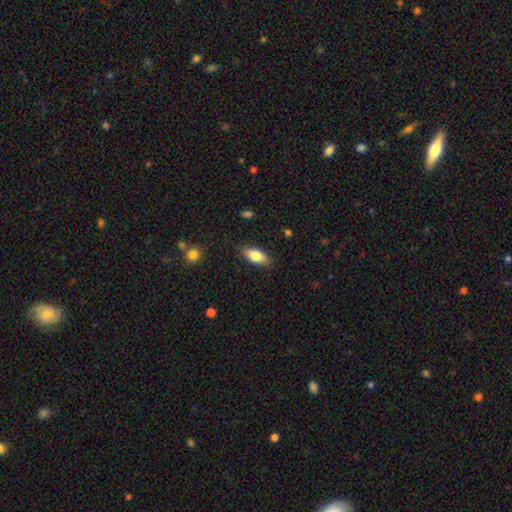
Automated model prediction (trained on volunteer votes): Morphology: type=smooth (81%); roundness=in between (82%); merging=none (85%).